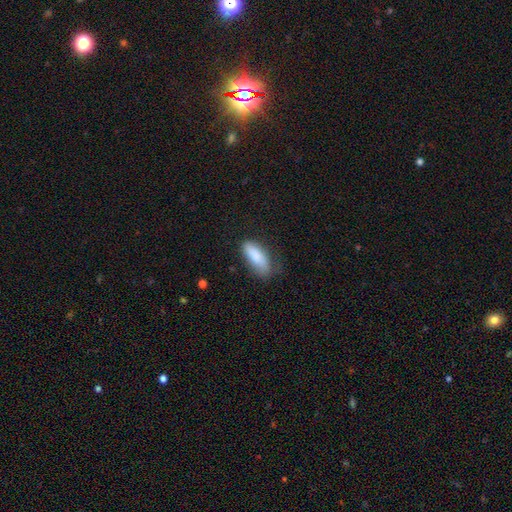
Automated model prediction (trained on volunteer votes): smooth 86%, featured or disk 8%, star or artifact 6%. Down the decision tree: how rounded — in between (70%); merging — none (59%).